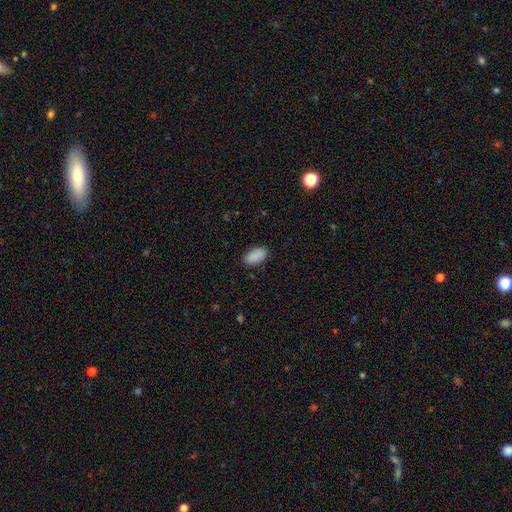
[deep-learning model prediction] A smooth galaxy with no disk features (89%) that is in between round and cigar-shaped (94%). Merging: none (86%).